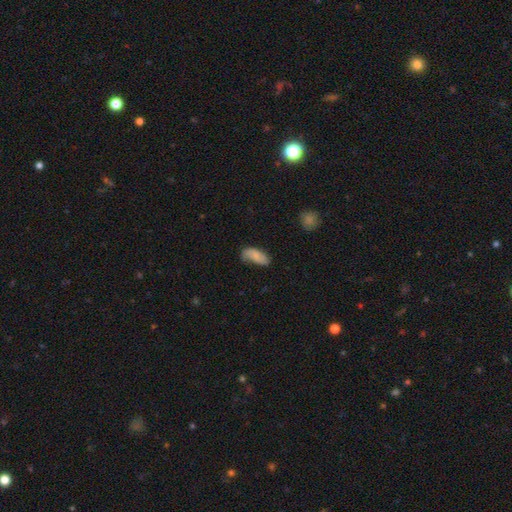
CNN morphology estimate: Smooth or featured: smooth — 70% (featured or disk — 23%)
How rounded: in between — 88% (cigar-shaped — 9%)
Merging: none — 53% (minor disturbance — 34%)